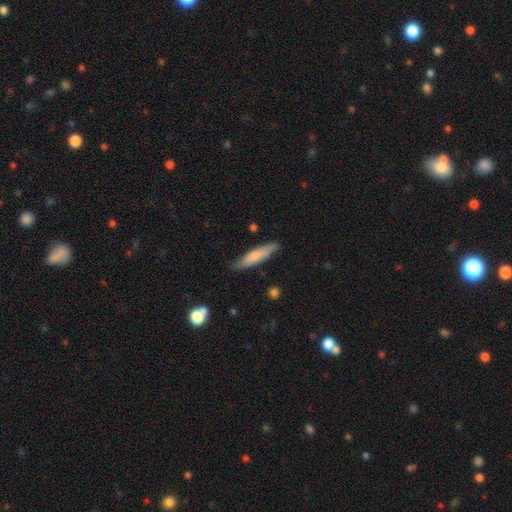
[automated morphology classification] This is likely a smooth galaxy (73%). How rounded: clearly cigar-shaped (82%). Merging: clearly none (82%).